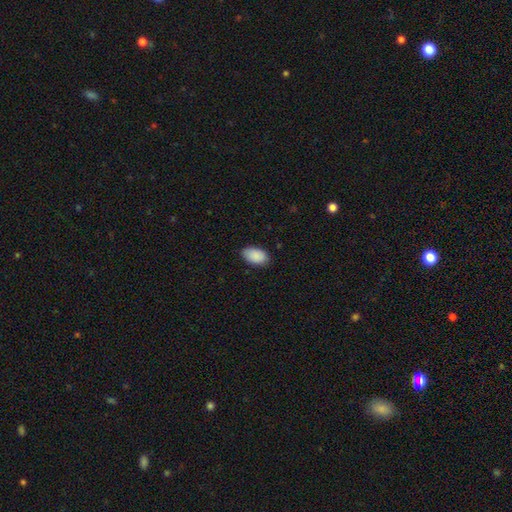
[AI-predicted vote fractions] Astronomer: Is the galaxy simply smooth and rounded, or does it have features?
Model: smooth — 90%.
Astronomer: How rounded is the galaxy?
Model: in between — 94%.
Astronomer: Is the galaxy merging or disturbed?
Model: none — 86%.